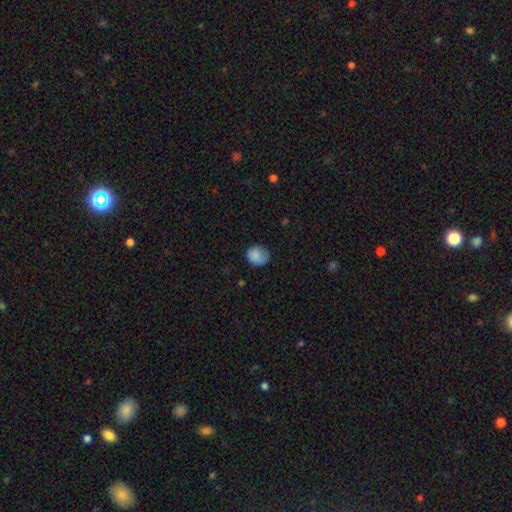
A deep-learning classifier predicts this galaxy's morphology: The model was most divided on "merging": none: 69%, minor disturbance: 24%, major disturbance: 6%, merger: 1%. More confident: smooth or featured — smooth (84%); how rounded — round (73%).